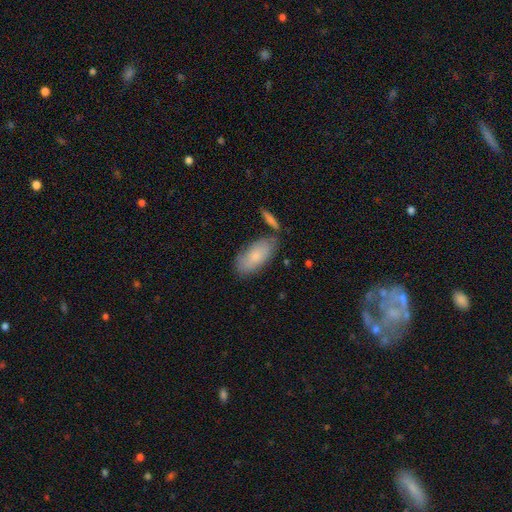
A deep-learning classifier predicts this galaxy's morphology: Smooth or featured: smooth — 77% (featured or disk — 17%)
How rounded: in between — 90% (cigar-shaped — 8%)
Merging: none — 66% (minor disturbance — 19%)